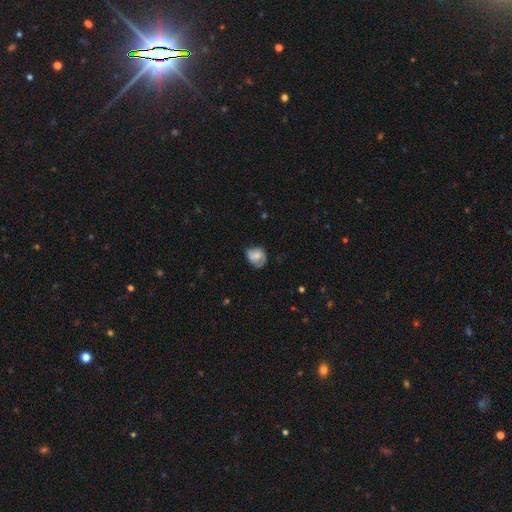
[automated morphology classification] A smooth galaxy with no disk features (60%) that is round (58%).

Vote fractions:
- Smooth or featured? smooth: 60% / featured or disk: 32% / star or artifact: 8%
- How rounded? round: 58% / in between: 41% / cigar-shaped: 1%
- Merging? none: 52% / minor disturbance: 34% / major disturbance: 11% / merger: 3%